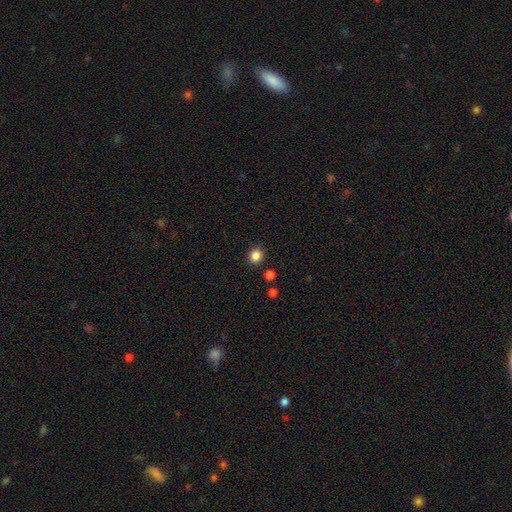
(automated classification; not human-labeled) Smooth or featured: smooth — 85% (star or artifact — 11%)
How rounded: round — 88% (in between — 11%)
Merging: none — 89% (minor disturbance — 6%)